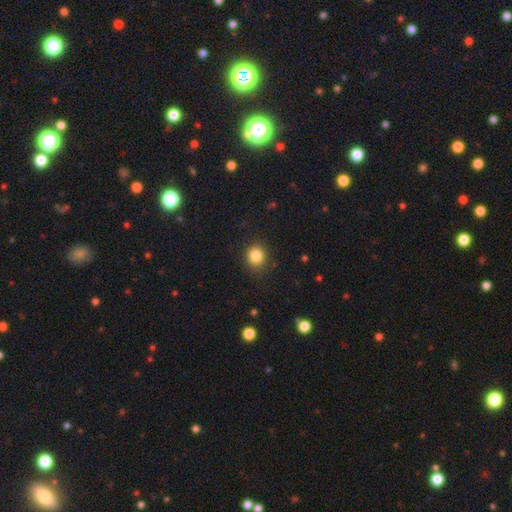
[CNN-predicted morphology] This appears to be a smooth galaxy with no disk features (84%) that is round (84%). Merging: none (86%).